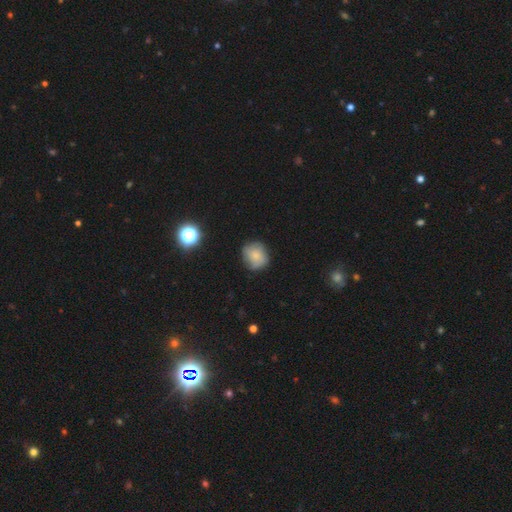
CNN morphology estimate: smooth 74%, featured or disk 16%, star or artifact 10%. Down the decision tree: how rounded — round (81%); merging — none (74%).